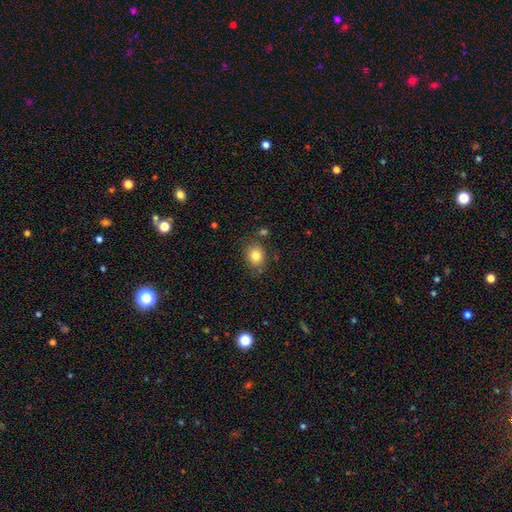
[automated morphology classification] Smooth or featured: smooth — 82% (star or artifact — 10%)
How rounded: round — 59% (in between — 40%)
Merging: none — 75% (minor disturbance — 16%)